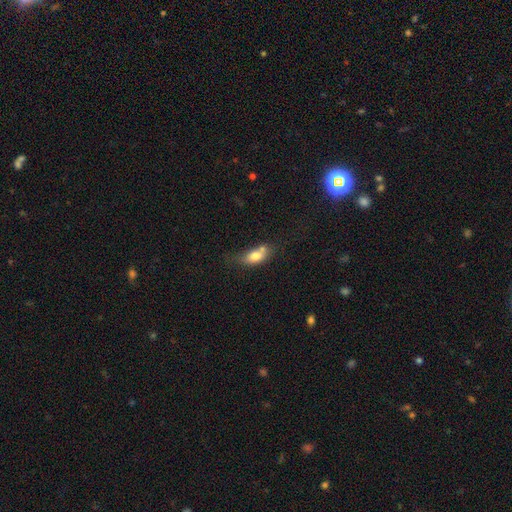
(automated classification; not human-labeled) This appears to be a smooth galaxy with no disk features (74%) that is in between round and cigar-shaped (80%). Merging: none (40%).